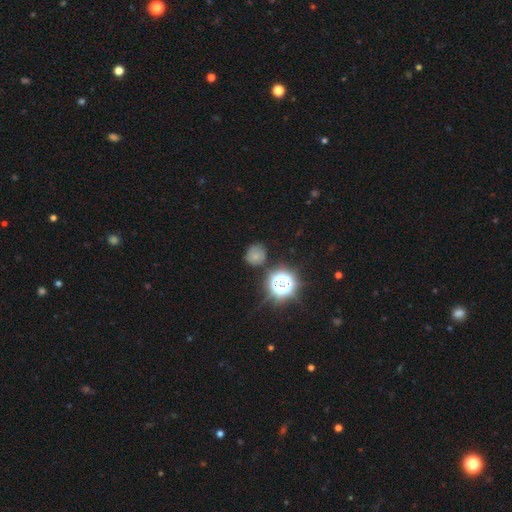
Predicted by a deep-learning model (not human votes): Q: Smooth or featured?
A: smooth (62%); runner-up: star or artifact (26%)
Q: How rounded?
A: round (85%); runner-up: in between (14%)
Q: Merging?
A: none (76%); runner-up: minor disturbance (15%)